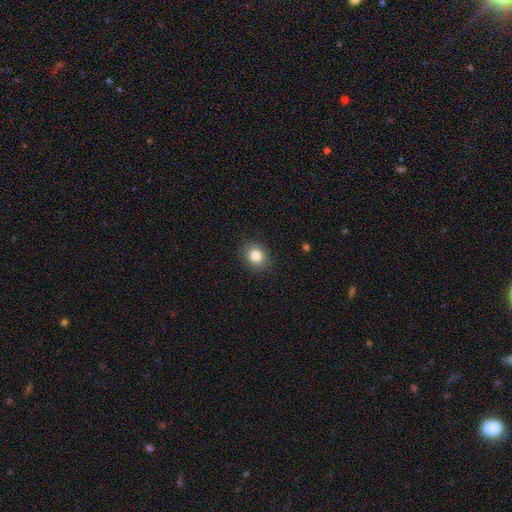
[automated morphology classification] smooth 84%, star or artifact 10%, featured or disk 6%. Down the decision tree: how rounded — round (56%); merging — none (87%).